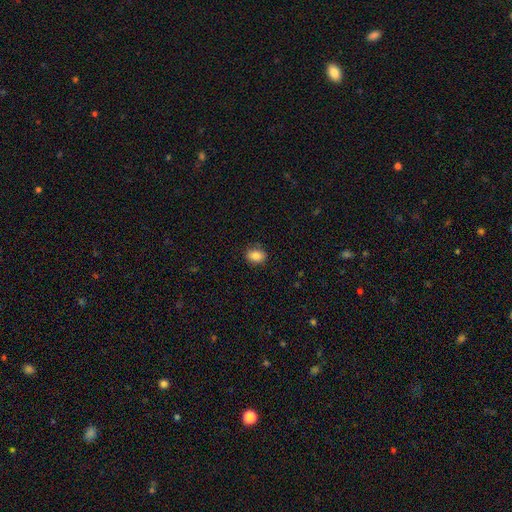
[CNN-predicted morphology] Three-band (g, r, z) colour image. It shows a smooth galaxy with no disk features (86%) that is in between round and cigar-shaped (68%). Merging: none (84%).